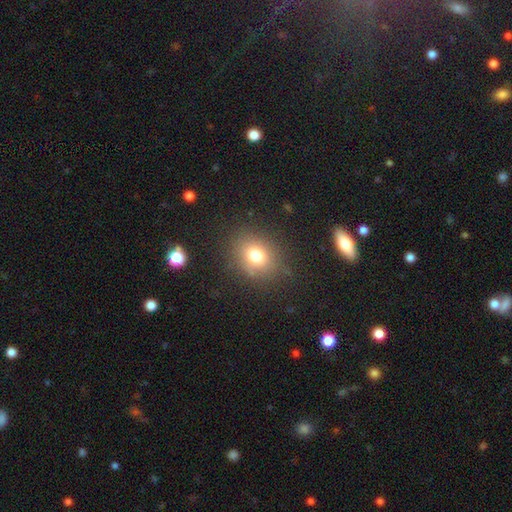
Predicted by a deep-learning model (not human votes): The model was most divided on "how rounded": round: 59%, in between: 40%, cigar-shaped: 1%. More confident: merging — none (82%); smooth or featured — smooth (74%).